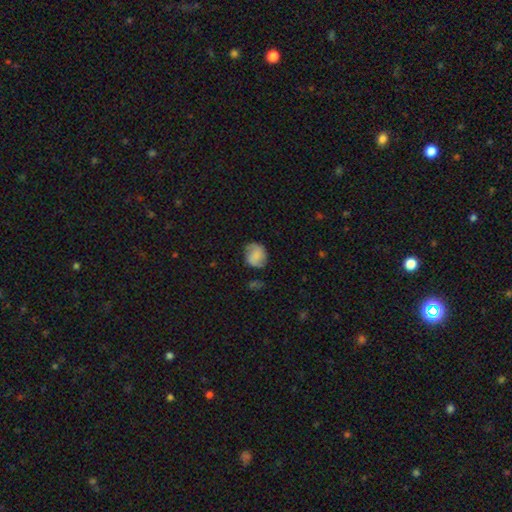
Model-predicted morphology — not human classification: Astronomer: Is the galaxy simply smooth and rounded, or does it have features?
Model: smooth — 60%.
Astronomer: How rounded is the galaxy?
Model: round — 65%.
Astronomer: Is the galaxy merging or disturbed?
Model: none — 67%.